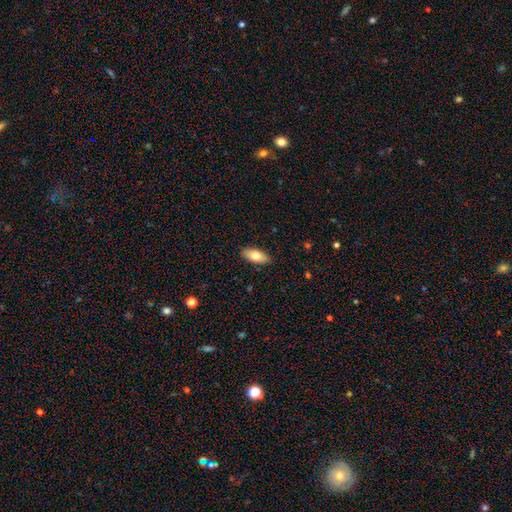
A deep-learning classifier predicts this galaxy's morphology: A smooth galaxy with no disk features (75%) that is in between round and cigar-shaped (86%). Merging: none (88%).